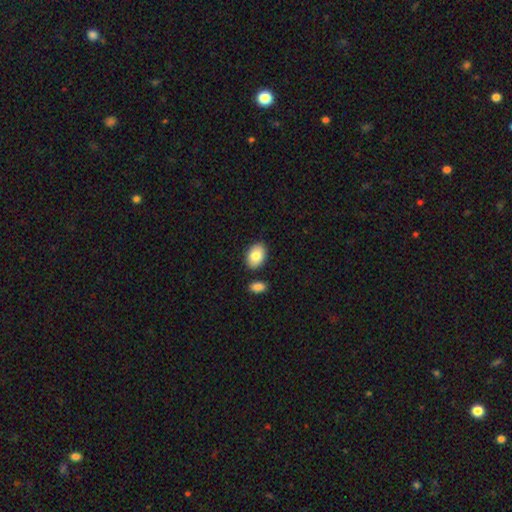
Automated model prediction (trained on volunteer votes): smooth_or_featured: smooth (p=0.84) [alt: featured or disk p=0.10]
how_rounded: in between (p=0.86) [alt: round p=0.13]
merging: none (p=0.84) [alt: minor disturbance p=0.09]